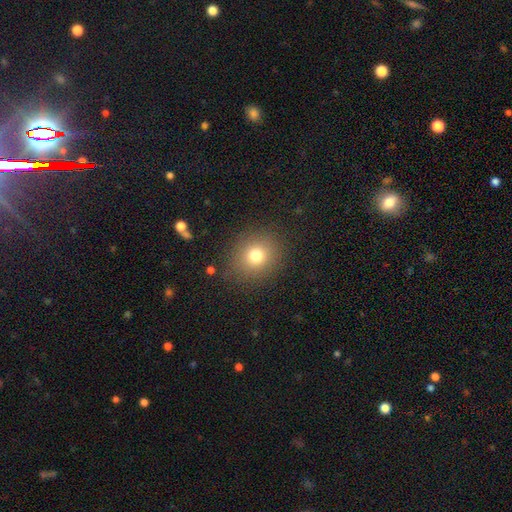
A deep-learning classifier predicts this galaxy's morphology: Smooth or featured: smooth — 76% (star or artifact — 14%)
How rounded: round — 79% (in between — 20%)
Merging: none — 87% (minor disturbance — 8%)